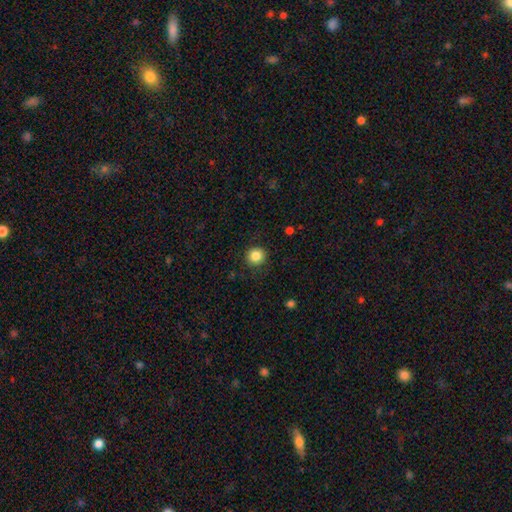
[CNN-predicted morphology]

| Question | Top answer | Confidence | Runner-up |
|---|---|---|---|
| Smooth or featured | smooth | 85% | star or artifact (11%) |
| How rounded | round | 93% | in between (6%) |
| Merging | none | 89% | minor disturbance (7%) |